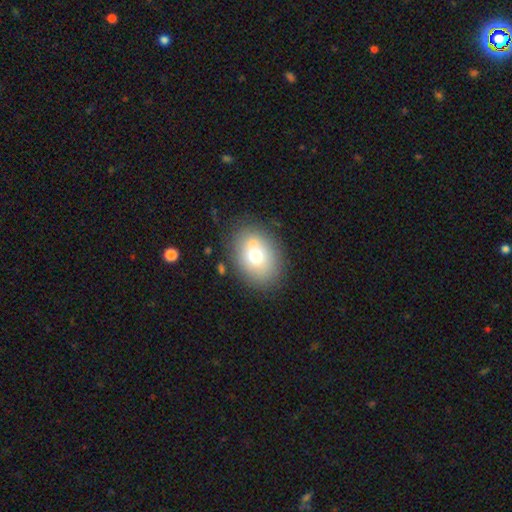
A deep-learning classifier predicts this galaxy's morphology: The model was most divided on "how rounded": in between: 67%, round: 32%, cigar-shaped: 1%. More confident: merging — none (79%); smooth or featured — smooth (69%).